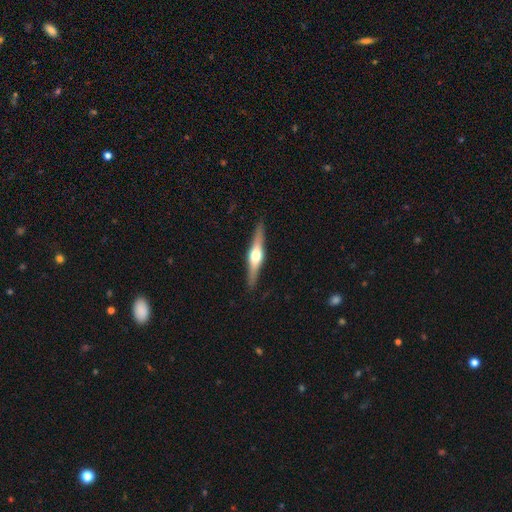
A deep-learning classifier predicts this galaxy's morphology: Overall: featured or disk (71%). Edge-on disk: yes (97%). Edge-on bulge: rounded (94%). Merging: none (90%).